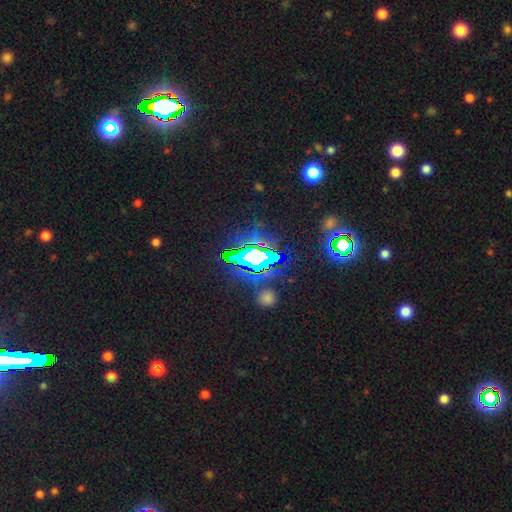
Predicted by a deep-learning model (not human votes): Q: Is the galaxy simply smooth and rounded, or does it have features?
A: star or artifact — 69%.